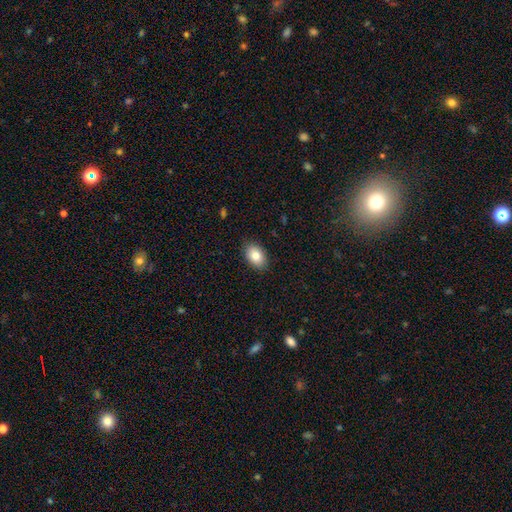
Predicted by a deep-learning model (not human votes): smooth 83%, featured or disk 10%, star or artifact 8%. Down the decision tree: how rounded — in between (84%); merging — none (87%).